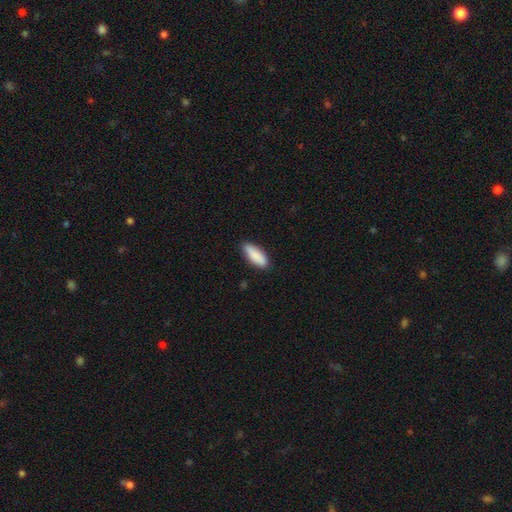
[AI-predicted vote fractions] Smooth or featured: smooth — 89% (star or artifact — 6%)
How rounded: in between — 66% (cigar-shaped — 33%)
Merging: none — 85% (minor disturbance — 12%)